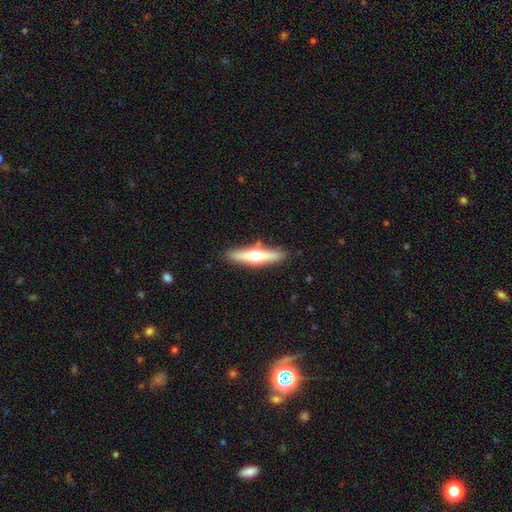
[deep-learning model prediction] smooth_or_featured: featured or disk (p=0.54) [alt: smooth p=0.40]
disk_edge_on: yes (p=0.94) [alt: no p=0.06]
edge_on_bulge: rounded (p=0.93) [alt: none p=0.04]
merging: none (p=0.87) [alt: minor disturbance p=0.09]